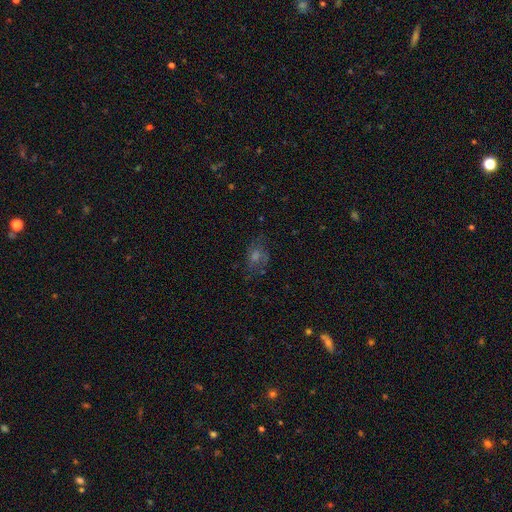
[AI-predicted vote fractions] A smooth galaxy with no disk features (36%). Merging: none (67%).